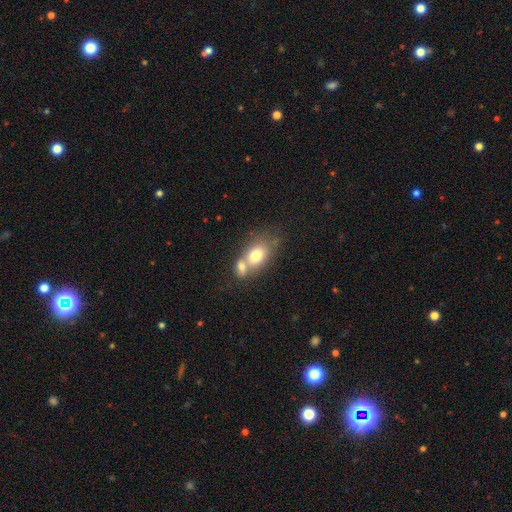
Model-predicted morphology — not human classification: Overall: smooth (72%). How rounded: in between (76%). Merging: merger (58%; none 27%).